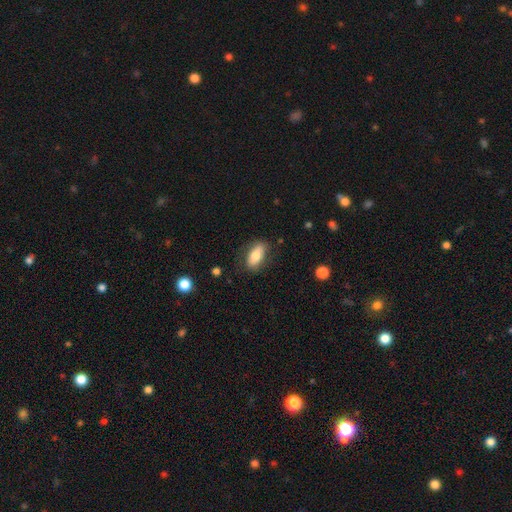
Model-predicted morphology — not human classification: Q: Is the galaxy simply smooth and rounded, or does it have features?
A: smooth — 75%.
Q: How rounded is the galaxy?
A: in between — 84%.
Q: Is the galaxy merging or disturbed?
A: none — 76%.